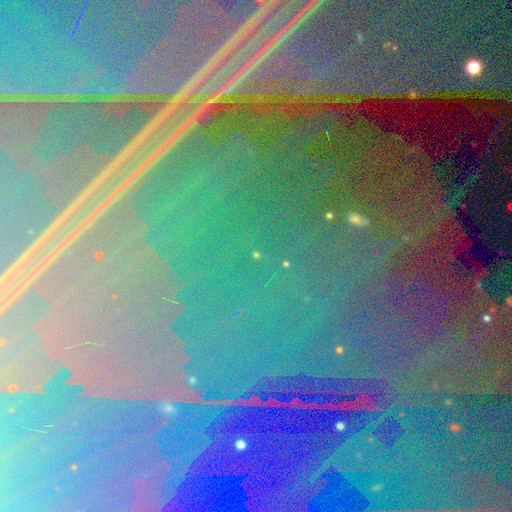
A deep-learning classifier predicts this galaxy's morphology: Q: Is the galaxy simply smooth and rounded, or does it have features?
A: star or artifact — 86%.